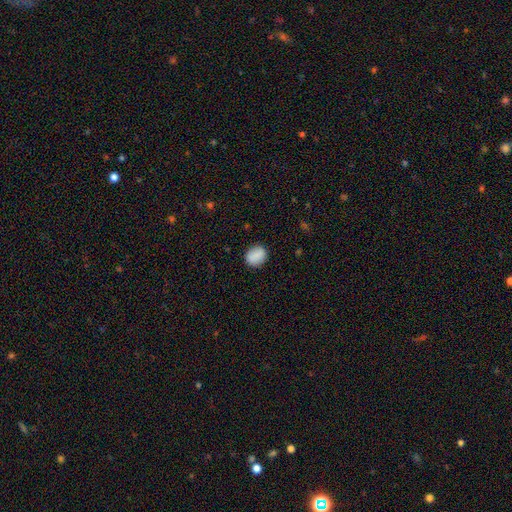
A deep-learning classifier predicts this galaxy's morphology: A smooth galaxy with no disk features (86%) that is round (56%).

Vote fractions:
- Smooth or featured? smooth: 86% / star or artifact: 8% / featured or disk: 6%
- How rounded? round: 56% / in between: 43% / cigar-shaped: 1%
- Merging? none: 87% / minor disturbance: 9% / major disturbance: 3% / merger: 1%